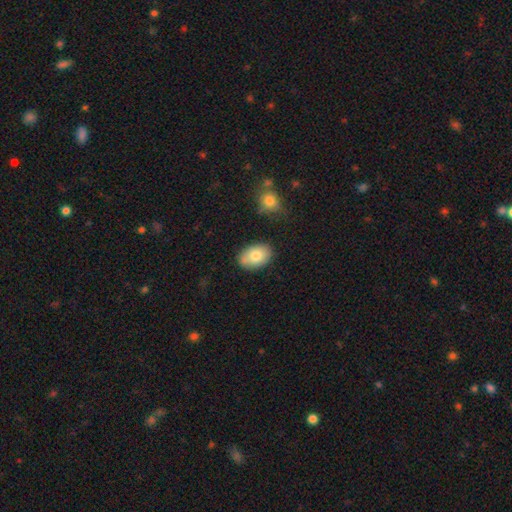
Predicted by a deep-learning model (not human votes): Smooth or featured?
  - smooth: 78% *
  - featured or disk: 15%
  - star or artifact: 7%
How rounded?
  - in between: 84% *
  - round: 15%
  - cigar-shaped: 1%
Merging?
  - none: 77% *
  - minor disturbance: 15%
  - merger: 5%
  - major disturbance: 3%